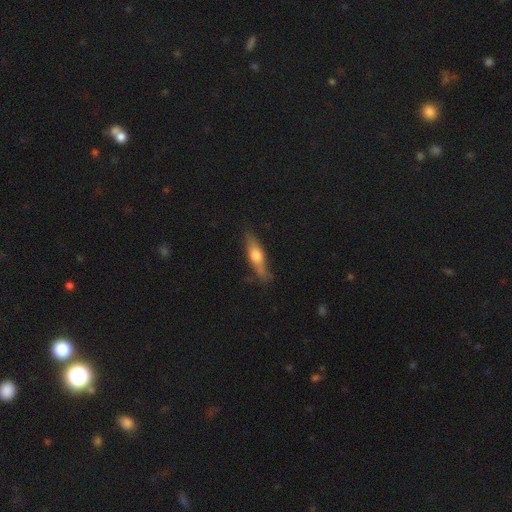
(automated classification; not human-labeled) This appears to be a smooth galaxy with no disk features (49%). Merging: none (72%).